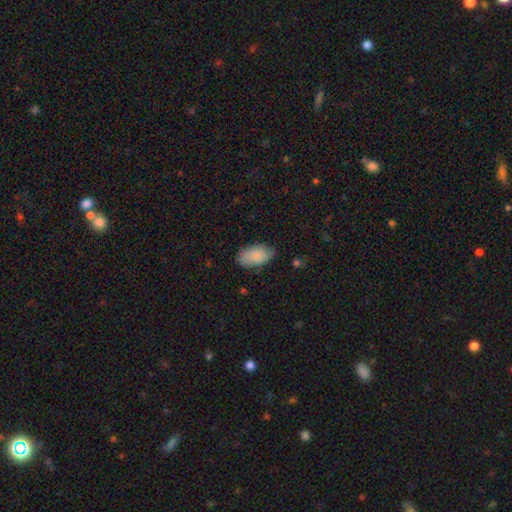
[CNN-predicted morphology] type=smooth (85%); roundness=in between (95%); merging=none (73%).